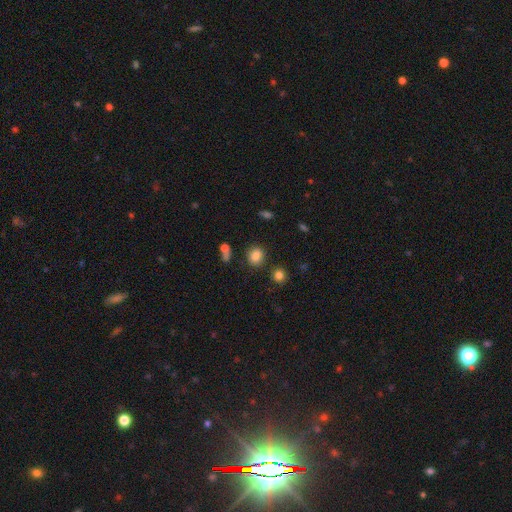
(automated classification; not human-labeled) Overall: smooth (82%). How rounded: round (72%). Merging: none (81%).